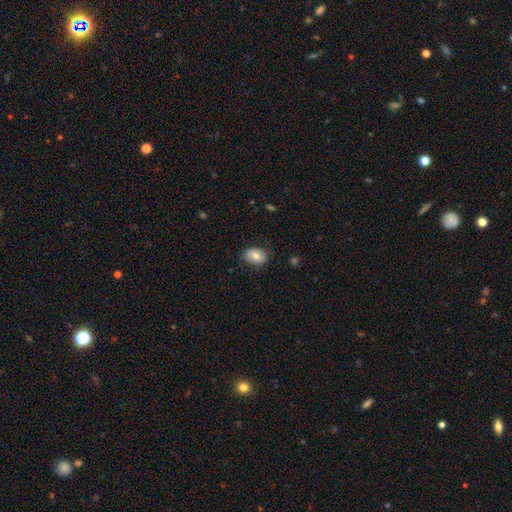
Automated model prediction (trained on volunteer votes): The model was most divided on "how rounded": in between: 74%, round: 25%, cigar-shaped: 1%. More confident: merging — none (80%); smooth or featured — smooth (75%).